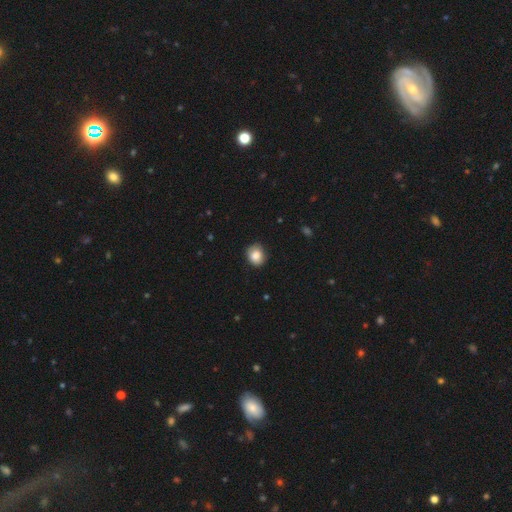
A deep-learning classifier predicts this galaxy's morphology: smooth 84%, star or artifact 9%, featured or disk 7%. Down the decision tree: how rounded — round (70%); merging — none (79%).